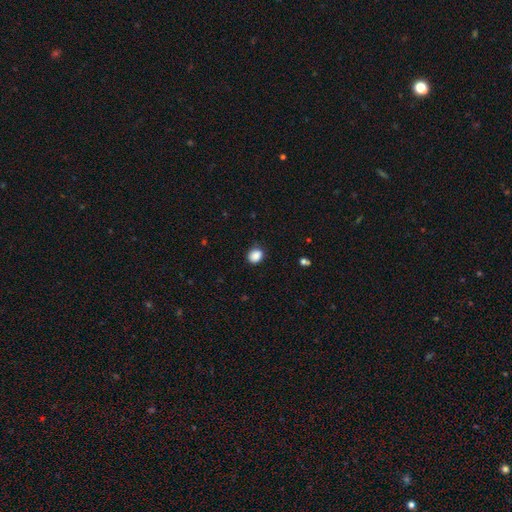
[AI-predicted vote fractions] Smooth or featured?
  - smooth: 88% *
  - star or artifact: 9%
  - featured or disk: 3%
How rounded?
  - round: 63% *
  - in between: 36%
  - cigar-shaped: 1%
Merging?
  - none: 85% *
  - minor disturbance: 11%
  - major disturbance: 3%
  - merger: 1%